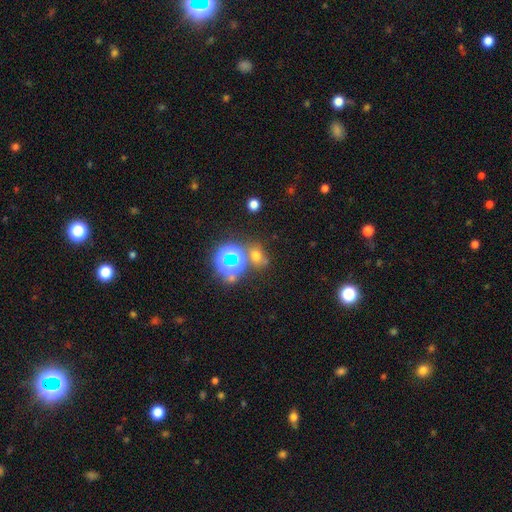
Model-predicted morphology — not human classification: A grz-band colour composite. It shows a smooth galaxy with no disk features (50%). Merging: none (61%).